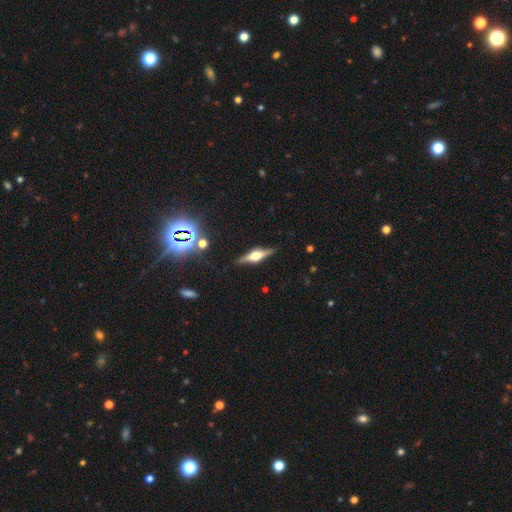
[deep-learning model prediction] Smooth or featured: featured or disk — 73% (smooth — 18%)
Edge-on disk: yes — 97% (no — 3%)
Edge-on bulge: rounded — 87% (boxy — 11%)
Merging: none — 87% (minor disturbance — 9%)